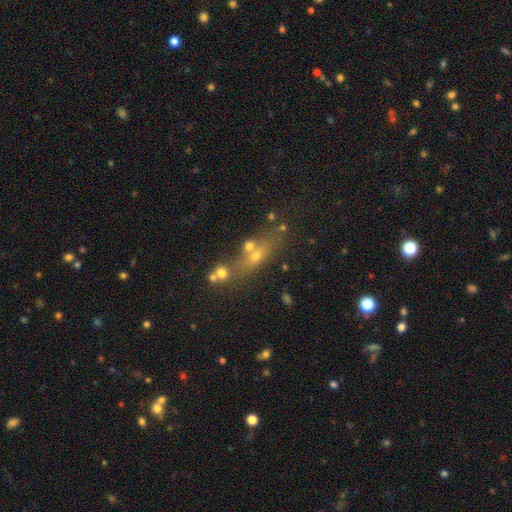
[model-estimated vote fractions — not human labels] A smooth galaxy with no disk features (51%) that is in between round and cigar-shaped (44%).

Vote fractions:
- Smooth or featured? smooth: 51% / featured or disk: 31% / star or artifact: 18%
- How rounded? in between: 44% / cigar-shaped: 41% / round: 15%
- Merging? none: 50% / merger: 29% / minor disturbance: 13% / major disturbance: 8%